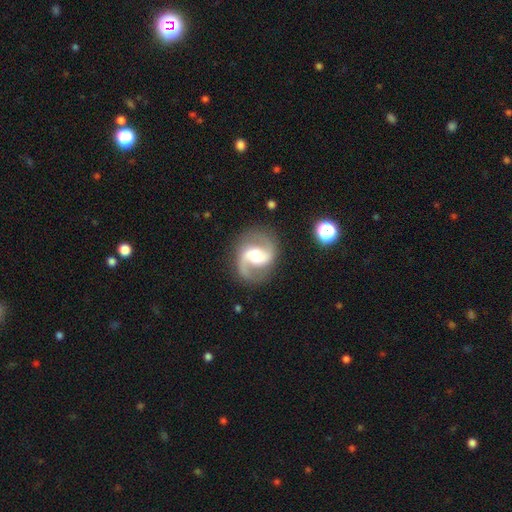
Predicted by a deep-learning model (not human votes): smooth_or_featured: featured or disk (p=0.88) [alt: smooth p=0.07]
disk_edge_on: no (p=0.98) [alt: yes p=0.02]
bar: weak (p=0.42) [alt: strong p=0.30]
has_spiral_arms: yes (p=0.96) [alt: no p=0.04]
spiral_winding: medium (p=0.52) [alt: loose p=0.36]
spiral_arm_count: 2 (p=0.93) [alt: 1 p=0.02]
bulge_size: moderate (p=0.60) [alt: large p=0.21]
merging: none (p=0.83) [alt: minor disturbance p=0.10]